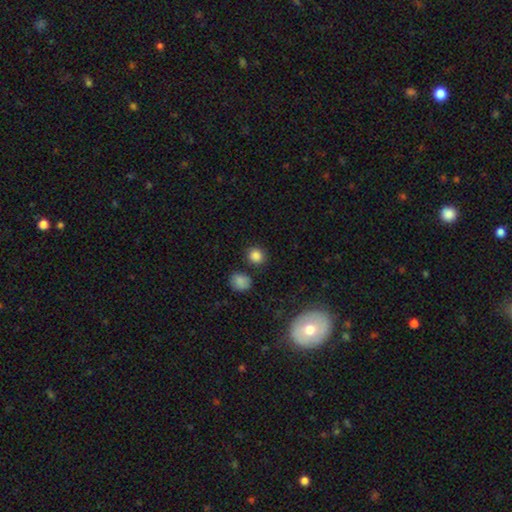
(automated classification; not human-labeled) Smooth or featured? smooth (85%)
How rounded? round (79%)
Merging? none (81%)